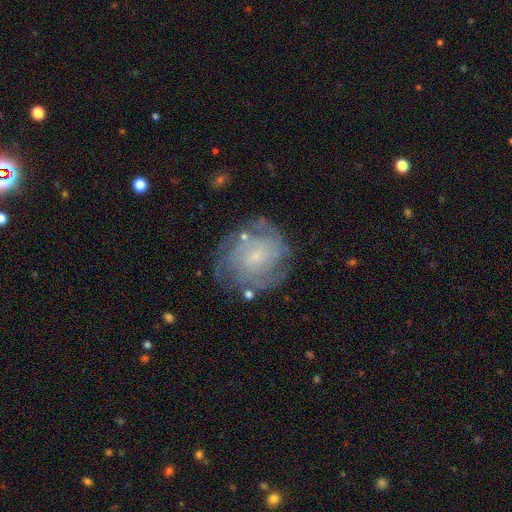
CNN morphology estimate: This appears to be a featured or disk galaxy (77%) with no bar (64%), tight (69%) spiral arms (92%) and a small central bulge (69%). Merging: none (75%).